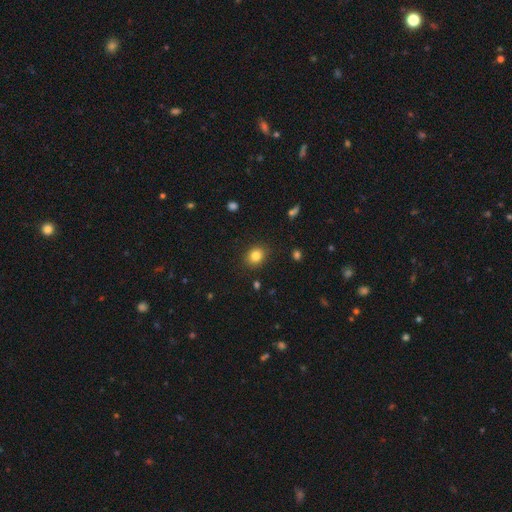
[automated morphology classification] type=smooth (83%); roundness=round (61%); merging=none (88%).